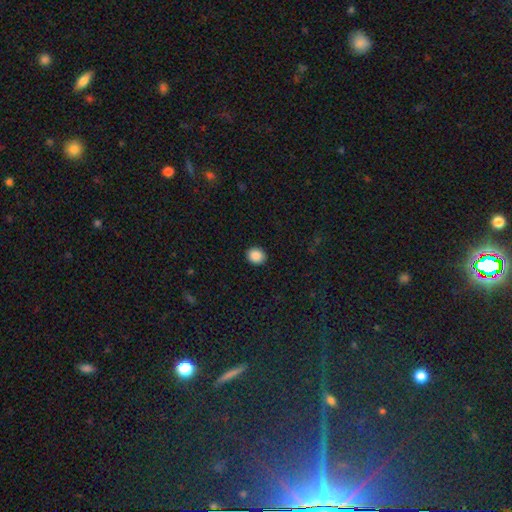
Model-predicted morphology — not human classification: smooth 88%, star or artifact 9%, featured or disk 3%. Down the decision tree: how rounded — round (66%); merging — none (91%).